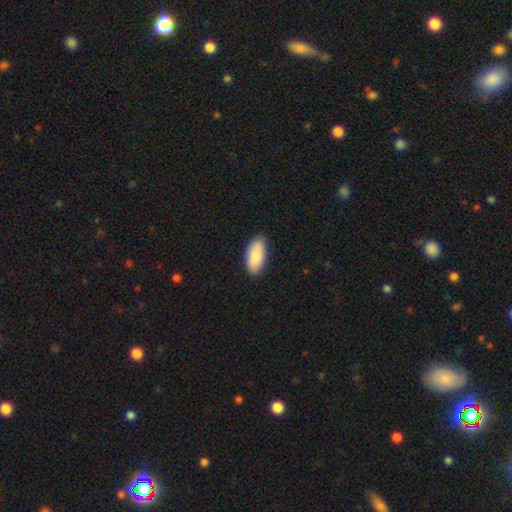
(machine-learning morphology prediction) Smooth or featured? smooth (88%)
How rounded? in between (90%)
Merging? none (88%)